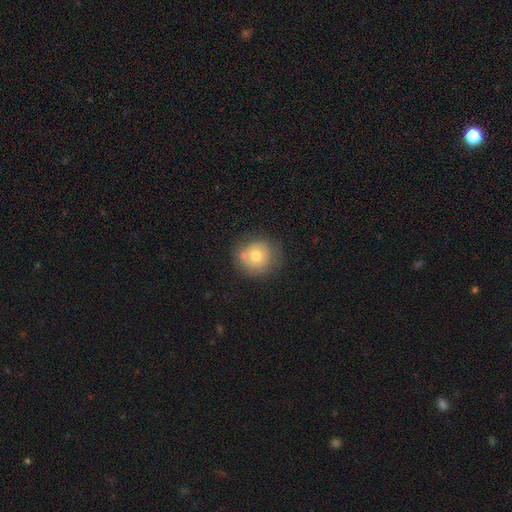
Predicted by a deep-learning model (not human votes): A smooth galaxy with no disk features (66%) that is round (89%). Merging: none (65%).